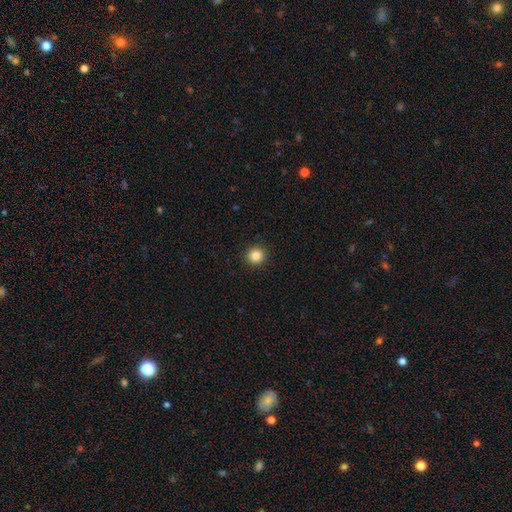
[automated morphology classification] Smooth or featured: smooth — 85% (star or artifact — 11%)
How rounded: round — 94% (in between — 5%)
Merging: none — 93% (minor disturbance — 4%)